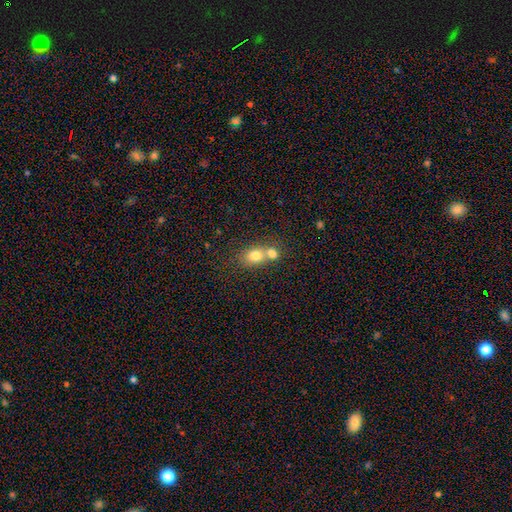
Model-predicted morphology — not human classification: A smooth galaxy with no disk features (77%) that is in between round and cigar-shaped (58%).

Vote fractions:
- Smooth or featured? smooth: 77% / featured or disk: 13% / star or artifact: 10%
- How rounded? in between: 58% / round: 40% / cigar-shaped: 2%
- Merging? merger: 61% / none: 29% / minor disturbance: 7% / major disturbance: 3%